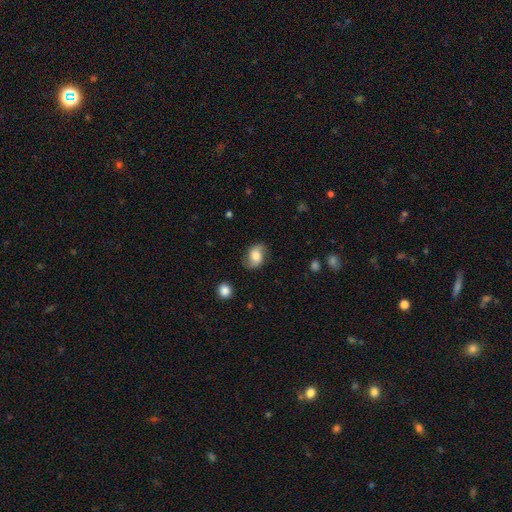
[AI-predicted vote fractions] The model was most divided on "smooth or featured": smooth: 56%, featured or disk: 35%, star or artifact: 9%. More confident: merging — none (74%); how rounded — in between (70%).